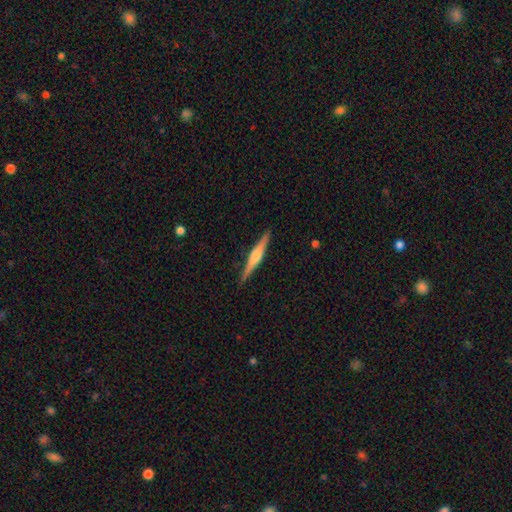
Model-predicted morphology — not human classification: This appears to be a featured or disk galaxy (71%) viewed edge-on (98%) with a rounded central bulge (75%). Merging: none (90%).